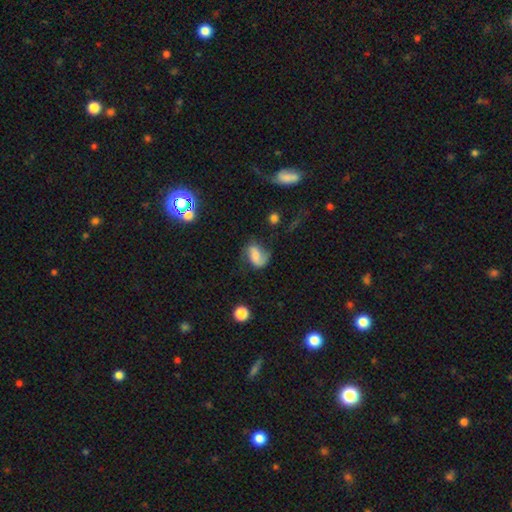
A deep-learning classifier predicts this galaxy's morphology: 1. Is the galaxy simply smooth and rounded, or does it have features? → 53% featured or disk, 37% smooth, 10% star or artifact.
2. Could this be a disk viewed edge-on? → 97% no, 3% yes.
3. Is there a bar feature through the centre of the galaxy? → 43% no, 38% weak, 19% strong.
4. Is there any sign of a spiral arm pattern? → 88% yes, 12% no.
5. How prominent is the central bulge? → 33% none, 25% small, 24% moderate, 14% large, 4% dominant.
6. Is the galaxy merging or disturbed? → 52% none, 25% minor disturbance, 19% major disturbance, 3% merger.